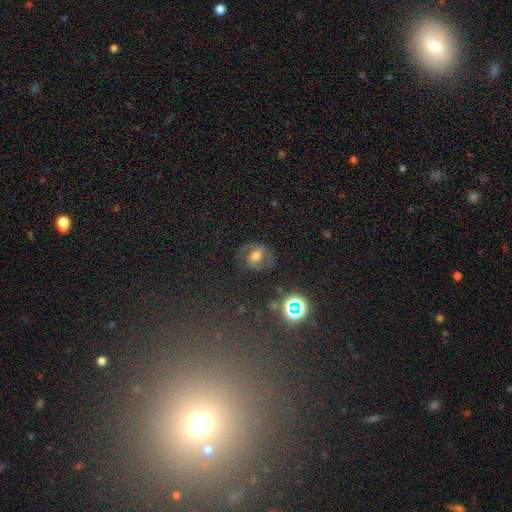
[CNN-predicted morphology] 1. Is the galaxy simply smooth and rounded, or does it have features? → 55% featured or disk, 26% smooth, 19% star or artifact.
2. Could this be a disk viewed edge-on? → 96% no, 4% yes.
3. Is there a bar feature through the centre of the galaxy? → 39% weak, 31% no, 29% strong.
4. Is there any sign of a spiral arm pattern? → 77% yes, 23% no.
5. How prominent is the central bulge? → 65% moderate, 21% small, 10% large, 2% none, 2% dominant.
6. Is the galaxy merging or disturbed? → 67% none, 18% minor disturbance, 13% major disturbance, 2% merger.